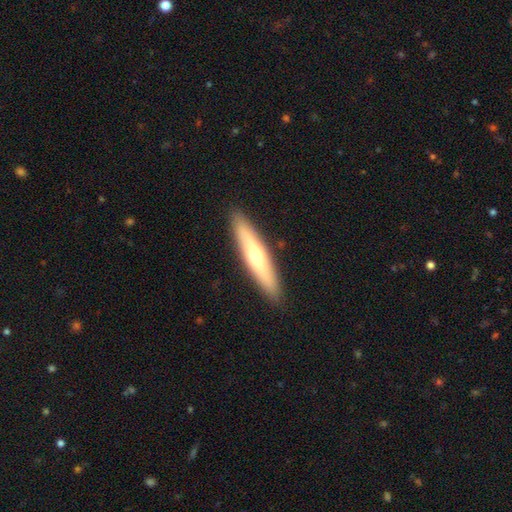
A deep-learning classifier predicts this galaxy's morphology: Overall: smooth (51%; featured or disk 43%). How rounded: cigar-shaped (84%). Merging: none (91%).